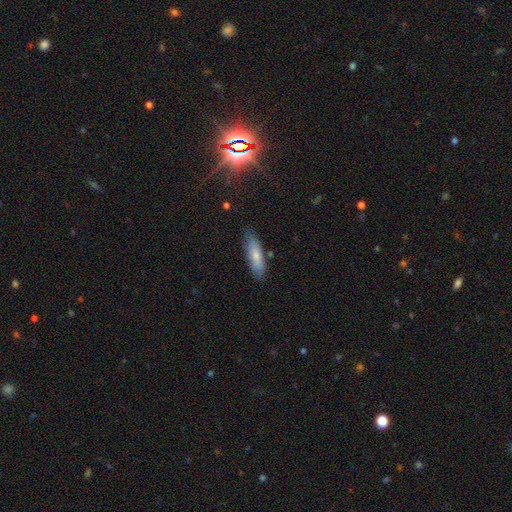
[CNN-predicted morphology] smooth_or_featured: smooth (p=0.75) [alt: featured or disk p=0.19]
how_rounded: cigar-shaped (p=0.56) [alt: in between p=0.42]
merging: none (p=0.80) [alt: minor disturbance p=0.15]